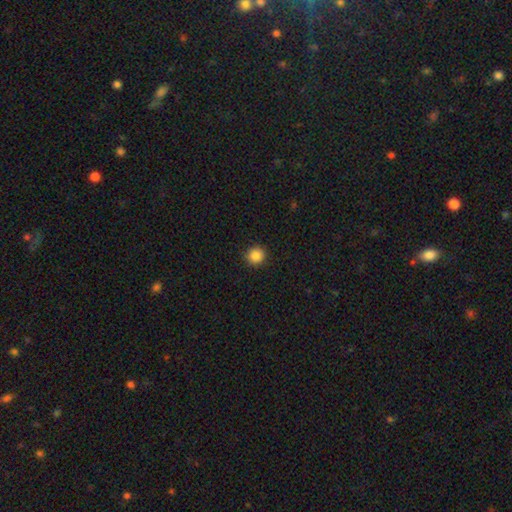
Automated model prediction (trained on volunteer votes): smooth_or_featured: smooth (p=0.87) [alt: star or artifact p=0.10]
how_rounded: round (p=0.91) [alt: in between p=0.08]
merging: none (p=0.91) [alt: minor disturbance p=0.07]